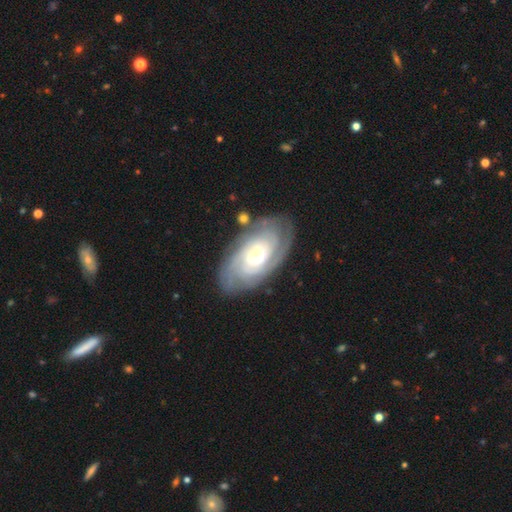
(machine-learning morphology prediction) A featured or disk galaxy (84%) with no bar (59%), tight (76%) spiral arms (96%) and a moderate central bulge (65%). Merging: none (79%).